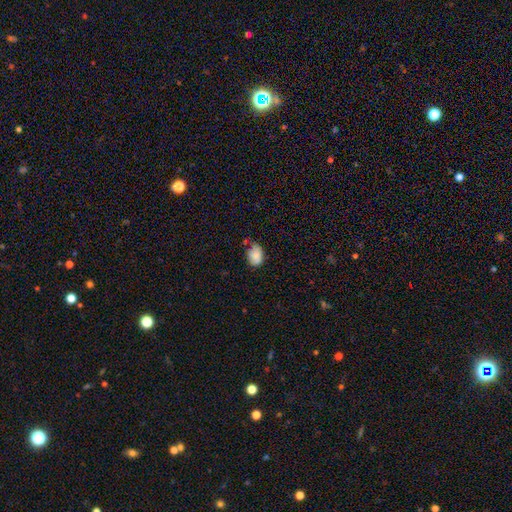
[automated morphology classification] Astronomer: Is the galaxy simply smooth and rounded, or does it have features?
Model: smooth — 83%.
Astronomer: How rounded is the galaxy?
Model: in between — 77%.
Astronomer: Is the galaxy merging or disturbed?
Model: none — 51% (runner-up: minor disturbance, 36%).